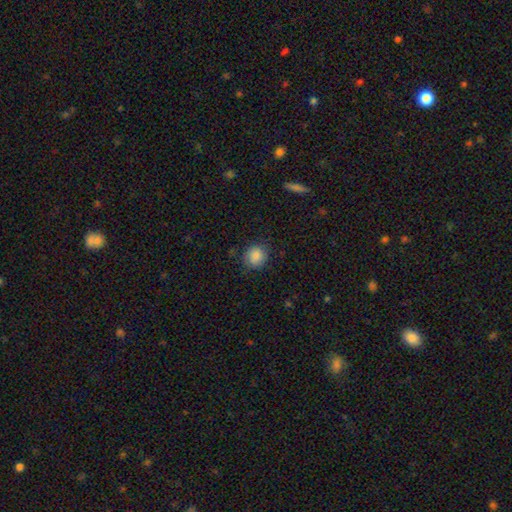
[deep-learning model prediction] This appears to be a smooth galaxy with no disk features (88%) that is round (80%). Merging: none (82%).